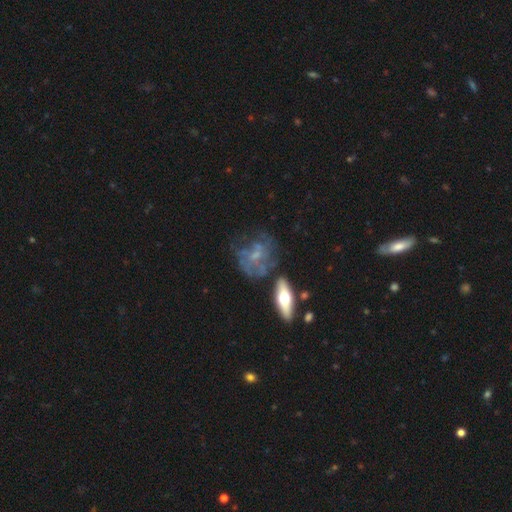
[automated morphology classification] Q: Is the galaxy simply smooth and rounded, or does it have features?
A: featured or disk — 59%.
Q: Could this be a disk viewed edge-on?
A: no — 91%.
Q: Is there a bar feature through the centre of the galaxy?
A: no — 78%.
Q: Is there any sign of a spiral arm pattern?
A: no — 61%.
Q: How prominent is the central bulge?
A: small — 46%.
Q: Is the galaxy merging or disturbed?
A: none — 46%.